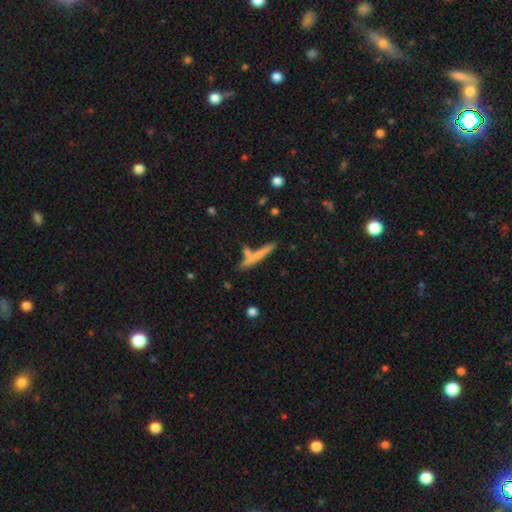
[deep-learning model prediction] Smooth or featured? smooth (54%)
How rounded? cigar-shaped (92%)
Merging? none (63%)